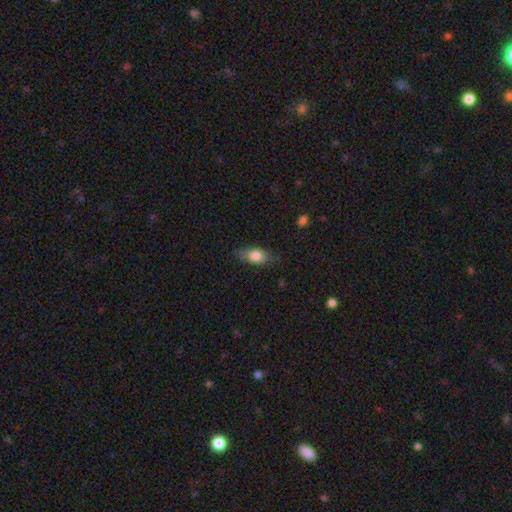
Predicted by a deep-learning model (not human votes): Smooth or featured? smooth (78%)
How rounded? in between (83%)
Merging? none (75%)